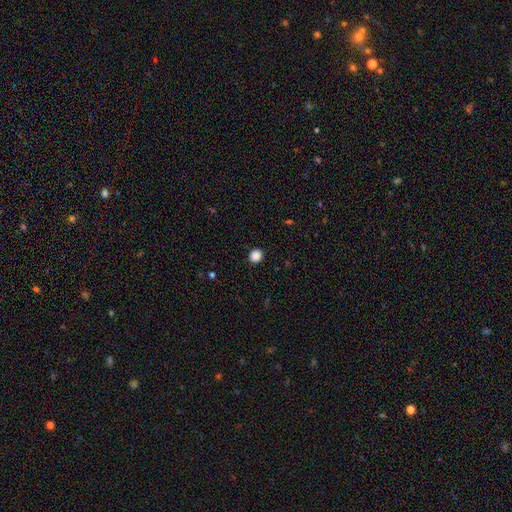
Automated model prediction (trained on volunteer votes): A smooth galaxy with no disk features (87%) that is round (82%).

Vote fractions:
- Smooth or featured? smooth: 87% / star or artifact: 10% / featured or disk: 2%
- How rounded? round: 82% / in between: 17% / cigar-shaped: 1%
- Merging? none: 91% / minor disturbance: 6% / major disturbance: 2% / merger: 1%